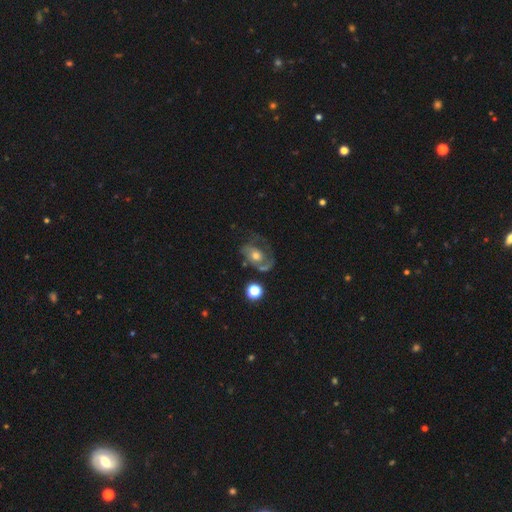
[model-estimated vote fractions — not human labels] Morphology: type=featured or disk (61%); edge-on=no (96%); bar=no (77%); spiral arms=yes (67%); bulge=moderate (65%); merging=none (36%).